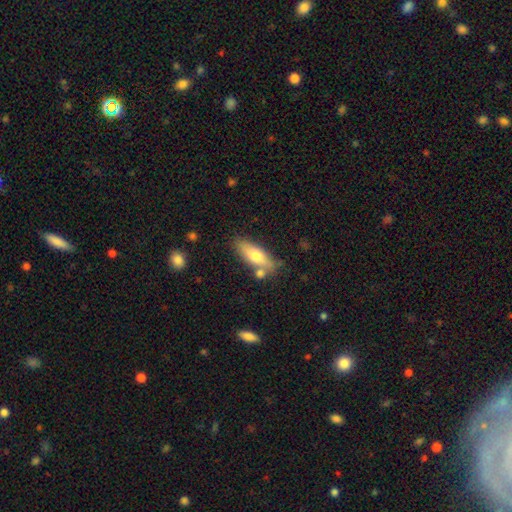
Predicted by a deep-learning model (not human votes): Overall: smooth (69%). How rounded: in between (61%; cigar-shaped 36%). Merging: none (70%).